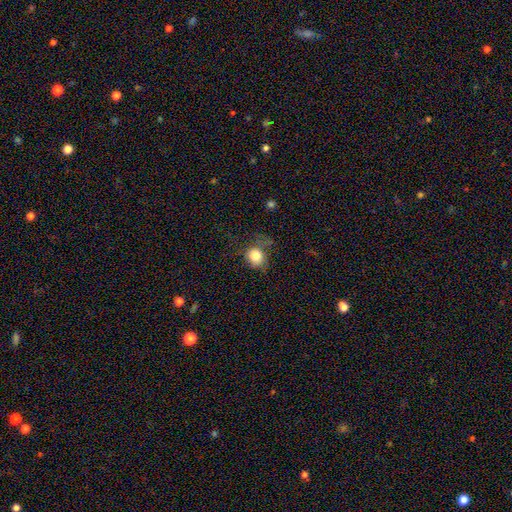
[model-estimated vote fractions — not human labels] The model was most divided on "merging": none: 53%, minor disturbance: 27%, major disturbance: 17%, merger: 2%. More confident: smooth or featured — smooth (80%); how rounded — round (72%).